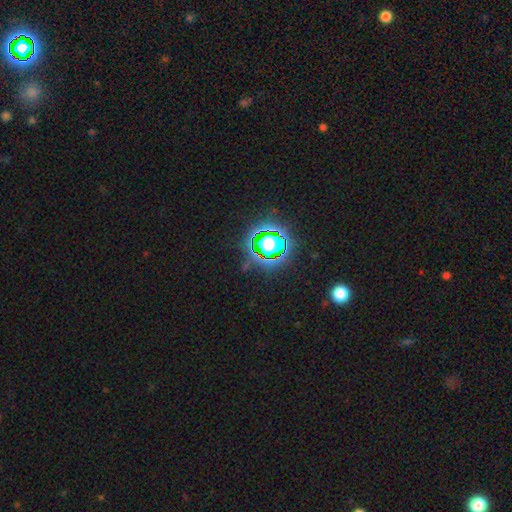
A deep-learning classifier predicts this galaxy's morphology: Smooth or featured? Predicted: star or artifact (p=0.83).